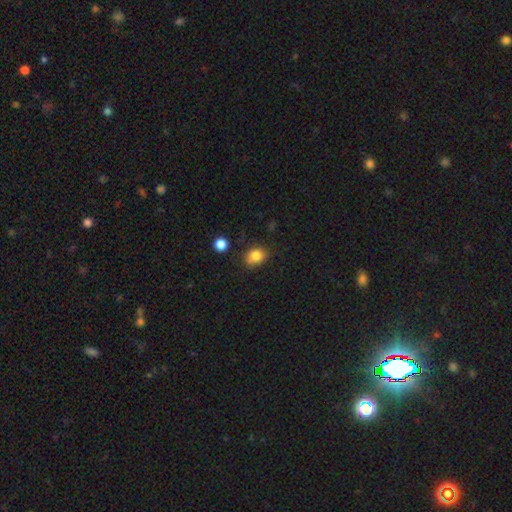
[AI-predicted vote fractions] smooth_or_featured: smooth (p=0.83) [alt: star or artifact p=0.10]
how_rounded: in between (p=0.53) [alt: round p=0.46]
merging: none (p=0.71) [alt: minor disturbance p=0.20]